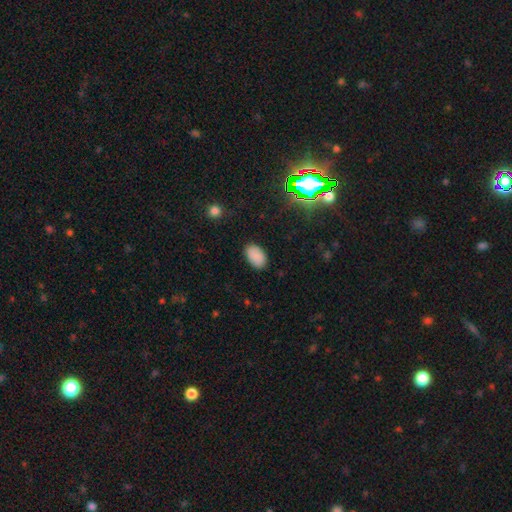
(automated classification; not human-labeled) smooth_or_featured: smooth (p=0.85) [alt: star or artifact p=0.11]
how_rounded: in between (p=0.92) [alt: round p=0.06]
merging: none (p=0.85) [alt: minor disturbance p=0.11]